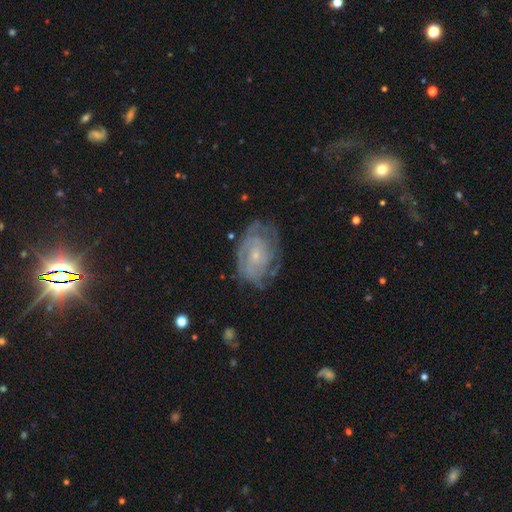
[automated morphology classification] smooth_or_featured: featured or disk (p=0.78) [alt: smooth p=0.14]
disk_edge_on: no (p=0.97) [alt: yes p=0.03]
bar: no (p=0.72) [alt: weak p=0.24]
has_spiral_arms: yes (p=0.88) [alt: no p=0.12]
spiral_winding: tight (p=0.66) [alt: medium p=0.26]
spiral_arm_count: can't tell (p=0.45) [alt: 2 p=0.23]
bulge_size: small (p=0.75) [alt: moderate p=0.19]
merging: none (p=0.69) [alt: minor disturbance p=0.21]